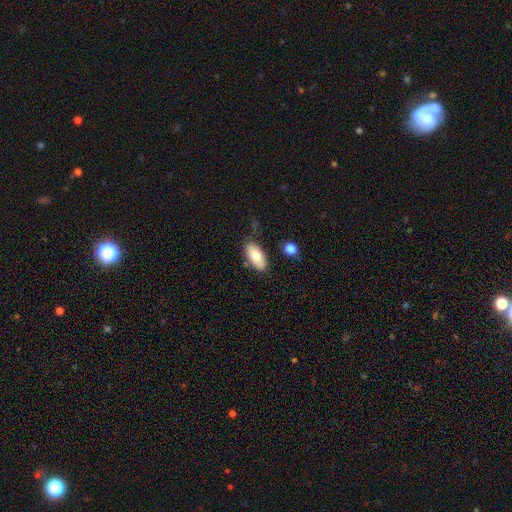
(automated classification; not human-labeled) Smooth or featured?
  - smooth: 78% *
  - featured or disk: 16%
  - star or artifact: 6%
How rounded?
  - in between: 89% *
  - cigar-shaped: 8%
  - round: 2%
Merging?
  - none: 78% *
  - minor disturbance: 14%
  - merger: 5%
  - major disturbance: 3%